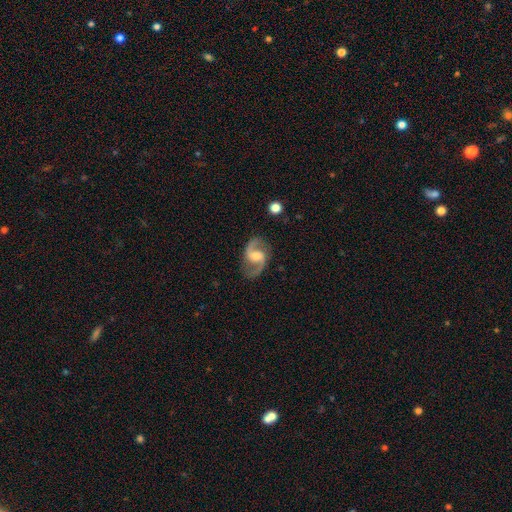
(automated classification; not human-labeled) The model was most divided on "bar": weak: 51%, no: 34%, strong: 15%. Remaining: edge-on disk — no (98%); spiral arms — yes (98%); spiral arm count — 2 (94%); smooth or featured — featured or disk (90%); merging — none (83%); spiral winding — medium (56%); bulge size — moderate (49%).